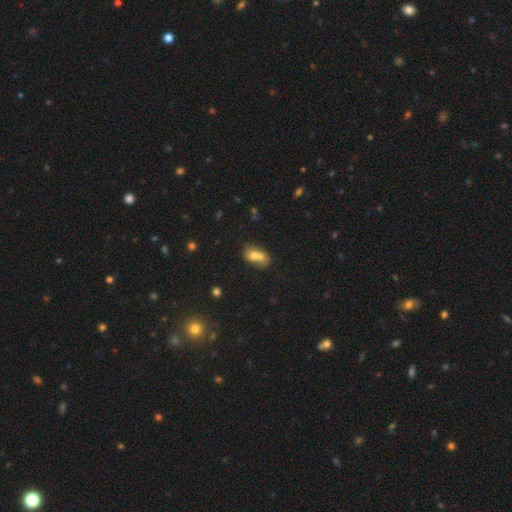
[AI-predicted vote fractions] Q: Smooth or featured?
A: smooth (67%); runner-up: featured or disk (22%)
Q: How rounded?
A: in between (59%); runner-up: round (39%)
Q: Merging?
A: merger (70%); runner-up: none (20%)